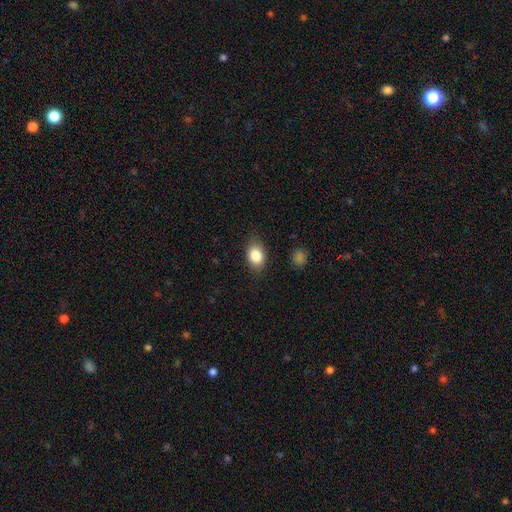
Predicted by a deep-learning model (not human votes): Smooth or featured? smooth (84%)
How rounded? in between (78%)
Merging? none (81%)